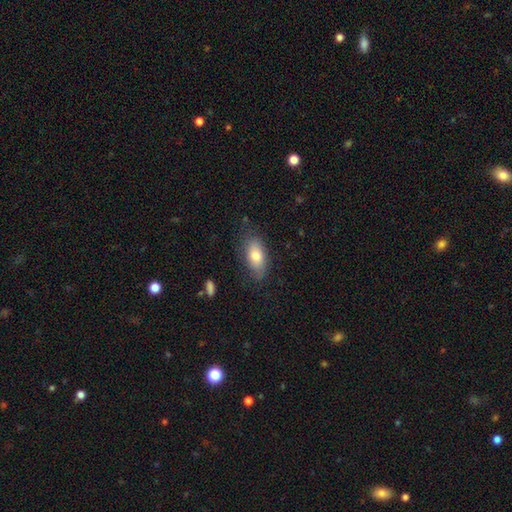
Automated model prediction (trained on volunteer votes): smooth-or-featured: smooth: 76% | featured or disk: 17% | star or artifact: 7%
  how-rounded: in between: 87% | cigar-shaped: 9% | round: 4%
  merging: none: 75% | minor disturbance: 18% | major disturbance: 5% | merger: 2%